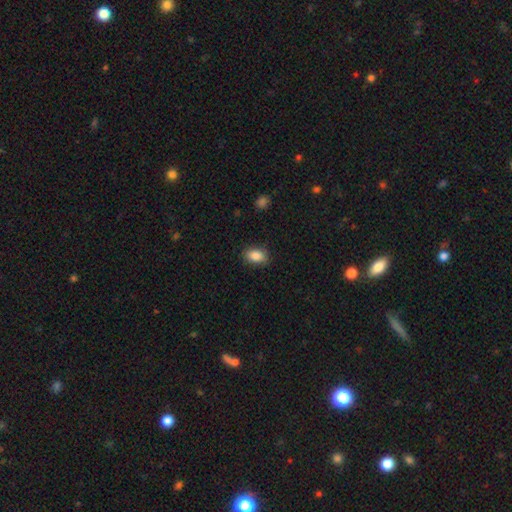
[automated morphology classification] Smooth or featured?
  - smooth: 87% *
  - star or artifact: 8%
  - featured or disk: 5%
How rounded?
  - in between: 83% *
  - round: 15%
  - cigar-shaped: 1%
Merging?
  - none: 84% *
  - minor disturbance: 12%
  - major disturbance: 3%
  - merger: 1%